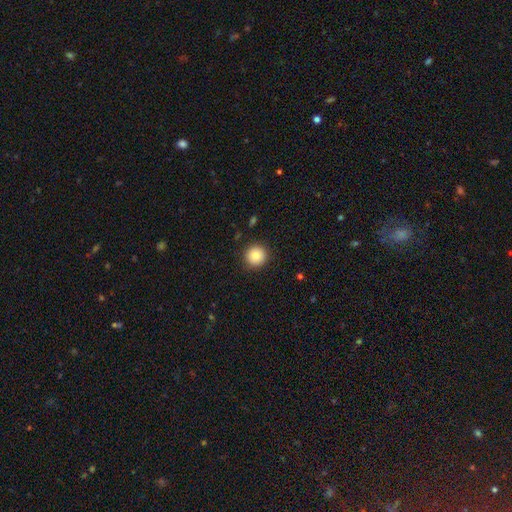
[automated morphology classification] Smooth or featured?
  - smooth: 84% *
  - star or artifact: 9%
  - featured or disk: 7%
How rounded?
  - round: 95% *
  - in between: 5%
  - cigar-shaped: 1%
Merging?
  - none: 91% *
  - minor disturbance: 6%
  - major disturbance: 2%
  - merger: 1%